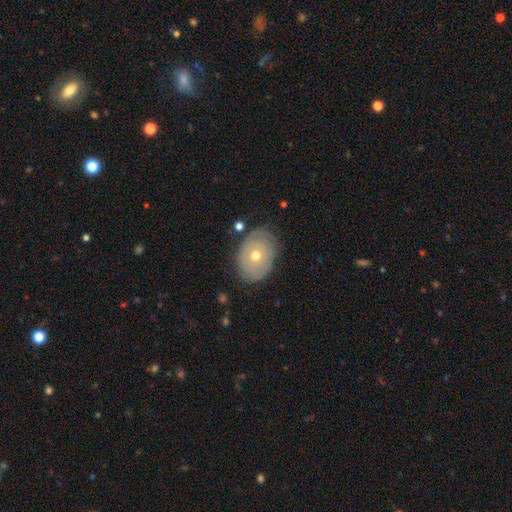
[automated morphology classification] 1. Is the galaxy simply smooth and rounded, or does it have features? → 51% featured or disk, 42% smooth, 7% star or artifact.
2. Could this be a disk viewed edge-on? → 93% no, 7% yes.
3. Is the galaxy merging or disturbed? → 76% none, 17% minor disturbance, 5% major disturbance, 2% merger.